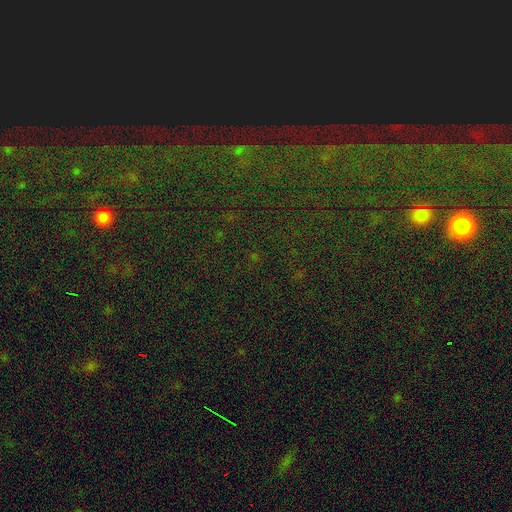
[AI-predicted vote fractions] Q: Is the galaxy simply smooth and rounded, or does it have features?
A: star or artifact — 81%.